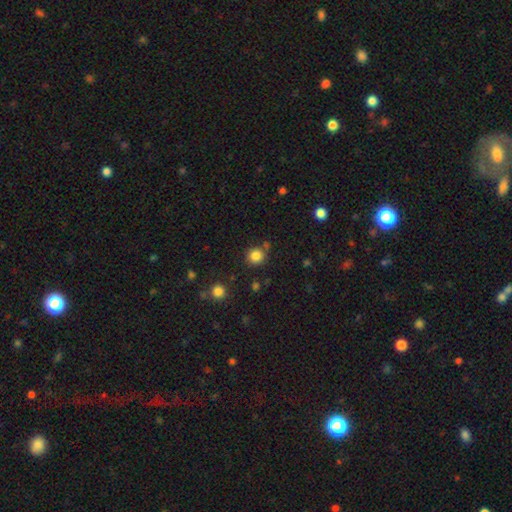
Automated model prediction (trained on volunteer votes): Smooth or featured? Predicted: smooth (p=0.83). How rounded? Predicted: round (p=0.92). Merging? Predicted: none (p=0.80).